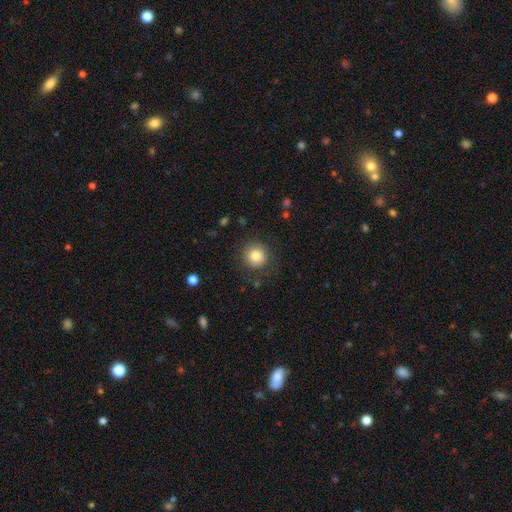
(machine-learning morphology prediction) This is clearly a smooth galaxy (81%). How rounded: clearly round (93%). Merging: clearly none (84%).